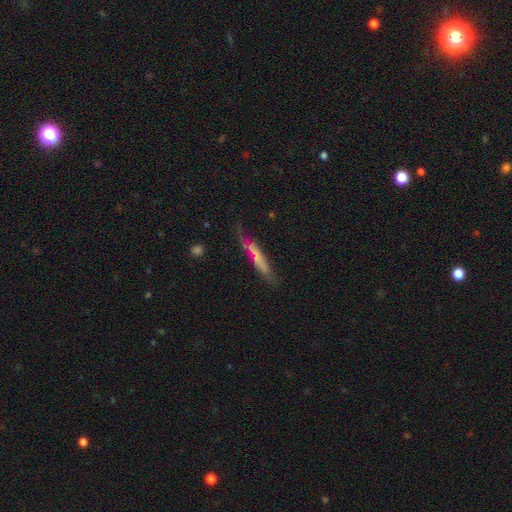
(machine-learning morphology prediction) Overall: smooth (51%; featured or disk 42%). How rounded: cigar-shaped (92%). Merging: none (59%; minor disturbance 26%).